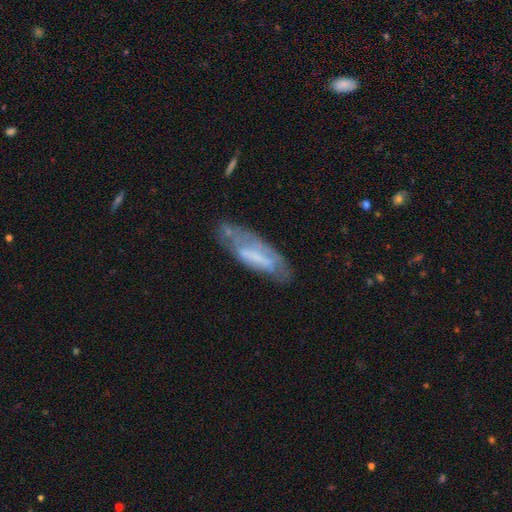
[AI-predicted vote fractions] A featured or disk galaxy (52%). Merging: none (52%).